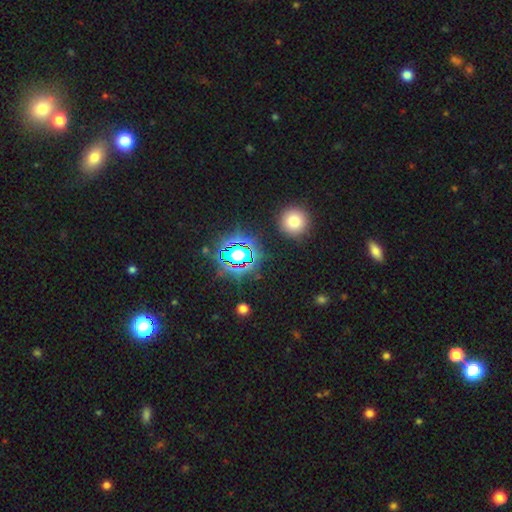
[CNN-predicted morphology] Overall: star or artifact (72%).